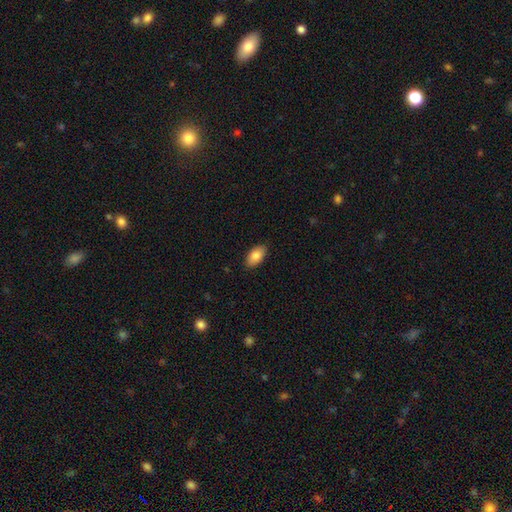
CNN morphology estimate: Overall: smooth (83%). How rounded: in between (93%). Merging: none (87%).